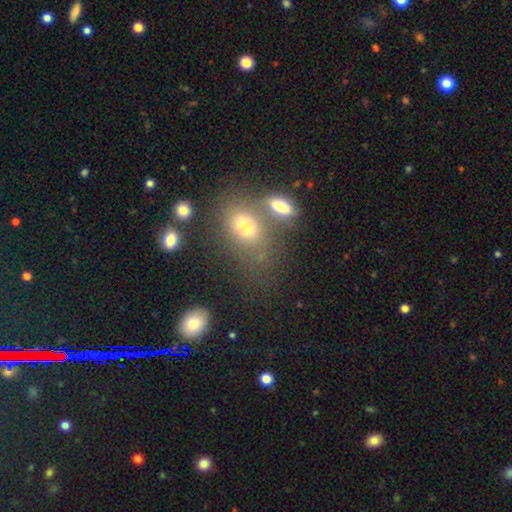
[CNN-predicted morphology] smooth_or_featured: smooth (p=0.62) [alt: star or artifact p=0.19]
how_rounded: in between (p=0.78) [alt: round p=0.18]
merging: none (p=0.45) [alt: merger p=0.35]